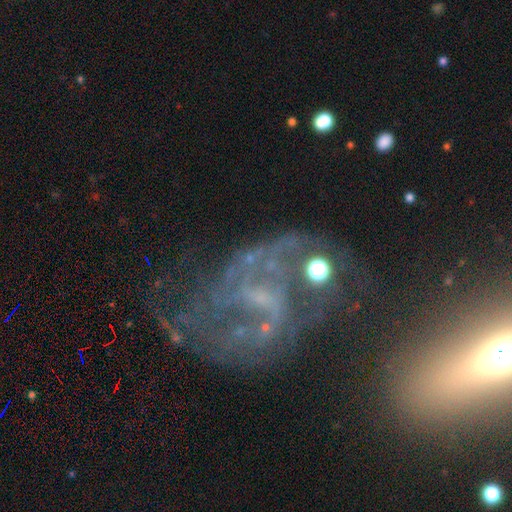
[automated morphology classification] Smooth or featured: featured or disk — 79% (star or artifact — 13%)
Edge-on disk: no — 98% (yes — 2%)
Bar: weak — 45% (no — 34%)
Spiral arms: yes — 84% (no — 16%)
Spiral winding: medium — 44% (loose — 37%)
Spiral arm count: 2 — 59% (can't tell — 18%)
Bulge size: small — 47% (none — 37%)
Merging: none — 42% (major disturbance — 29%)